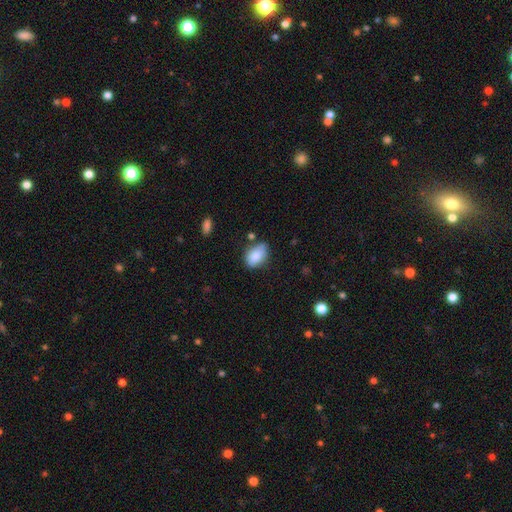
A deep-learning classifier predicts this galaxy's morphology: Q: Smooth or featured?
A: smooth (85%); runner-up: star or artifact (8%)
Q: How rounded?
A: in between (85%); runner-up: round (13%)
Q: Merging?
A: none (61%); runner-up: minor disturbance (28%)